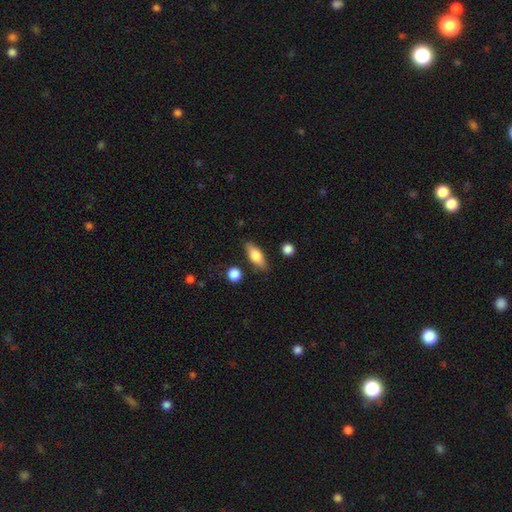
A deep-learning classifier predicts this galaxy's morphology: smooth 73%, featured or disk 20%, star or artifact 7%. Down the decision tree: how rounded — in between (69%); merging — none (81%).